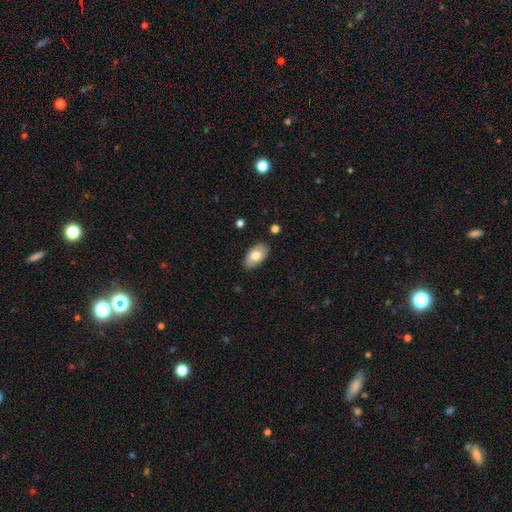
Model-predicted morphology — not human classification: This appears to be a smooth galaxy with no disk features (74%) that is in between round and cigar-shaped (94%). Merging: none (86%).